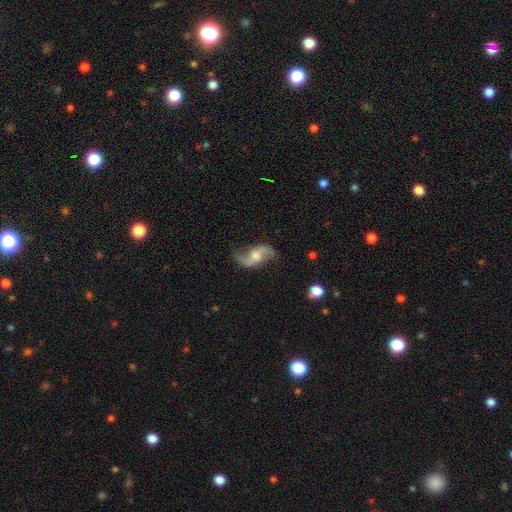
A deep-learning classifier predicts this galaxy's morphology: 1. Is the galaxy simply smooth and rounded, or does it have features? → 85% featured or disk, 9% smooth, 6% star or artifact.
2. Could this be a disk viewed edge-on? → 96% no, 4% yes.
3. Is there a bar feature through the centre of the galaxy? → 44% no, 43% weak, 13% strong.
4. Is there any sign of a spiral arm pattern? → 95% yes, 5% no.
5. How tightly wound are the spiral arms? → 76% loose, 20% medium, 4% tight.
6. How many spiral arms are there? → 93% 2, 2% can't tell, 2% 1, 1% 3, 1% 4, 1% more than 4.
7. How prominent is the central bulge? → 46% moderate, 23% small, 17% large, 12% none, 2% dominant.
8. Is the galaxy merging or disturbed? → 76% none, 15% minor disturbance, 7% major disturbance, 2% merger.